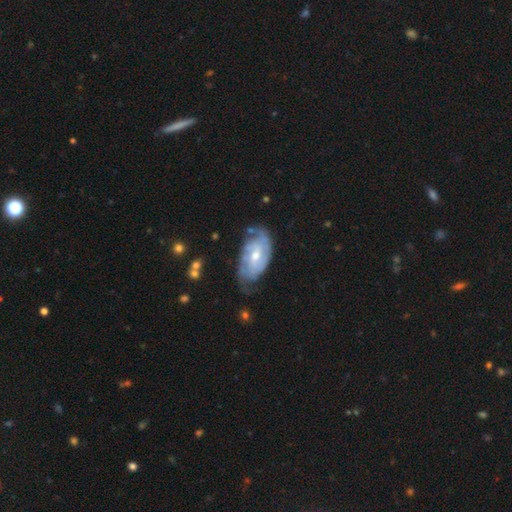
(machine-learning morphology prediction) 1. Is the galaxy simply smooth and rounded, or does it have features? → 73% featured or disk, 22% smooth, 6% star or artifact.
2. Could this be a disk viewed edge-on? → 94% no, 6% yes.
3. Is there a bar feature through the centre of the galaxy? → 52% no, 40% weak, 8% strong.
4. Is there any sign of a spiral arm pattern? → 87% yes, 13% no.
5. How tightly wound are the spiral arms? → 54% tight, 34% medium, 12% loose.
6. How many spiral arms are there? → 40% can't tell, 36% 2, 12% 3, 4% 4, 4% 1, 3% more than 4.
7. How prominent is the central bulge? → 52% moderate, 44% small, 2% large, 1% none, 1% dominant.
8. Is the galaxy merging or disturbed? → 58% none, 29% minor disturbance, 10% major disturbance, 3% merger.